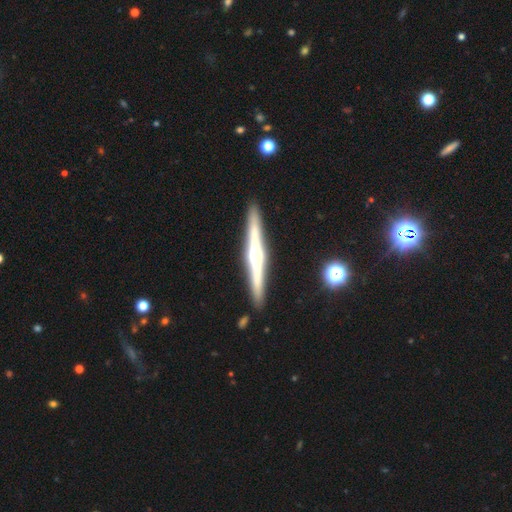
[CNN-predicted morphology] featured or disk 76%, smooth 18%, star or artifact 6%. Down the decision tree: edge-on disk — yes (98%); edge-on bulge — rounded (85%); merging — none (91%).